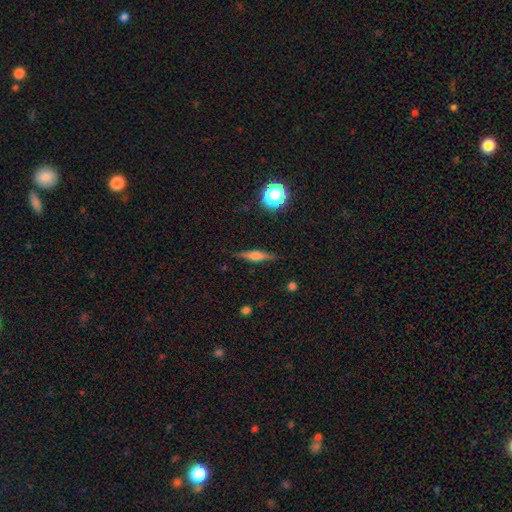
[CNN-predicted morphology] Overall: featured or disk (57%; smooth 34%). Edge-on disk: yes (96%). Edge-on bulge: rounded (80%). Merging: none (86%).